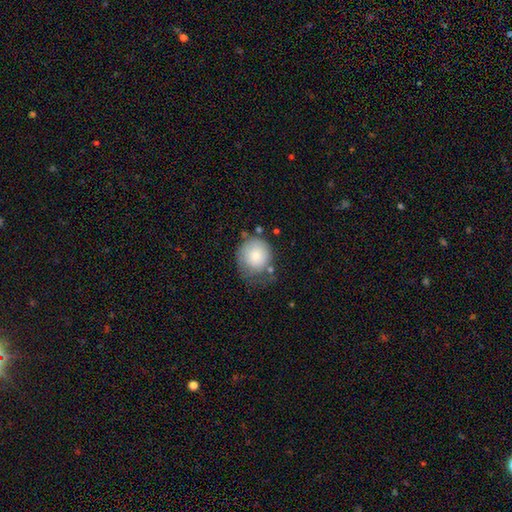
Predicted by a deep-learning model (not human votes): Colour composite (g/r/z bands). It shows a smooth galaxy with no disk features (78%) that is round (85%). Merging: none (50%).